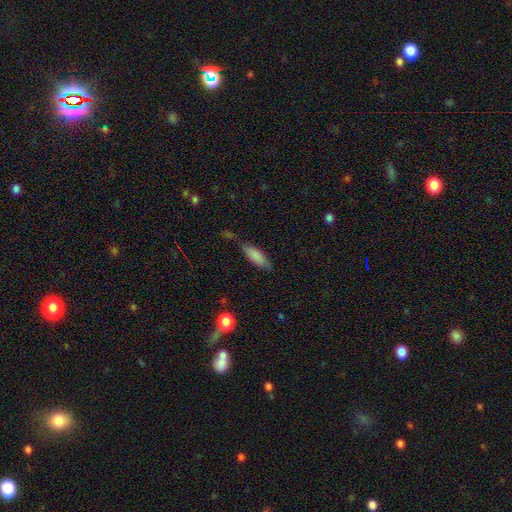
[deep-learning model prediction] Smooth or featured: smooth — 83% (featured or disk — 10%)
How rounded: in between — 62% (cigar-shaped — 36%)
Merging: none — 61% (minor disturbance — 25%)